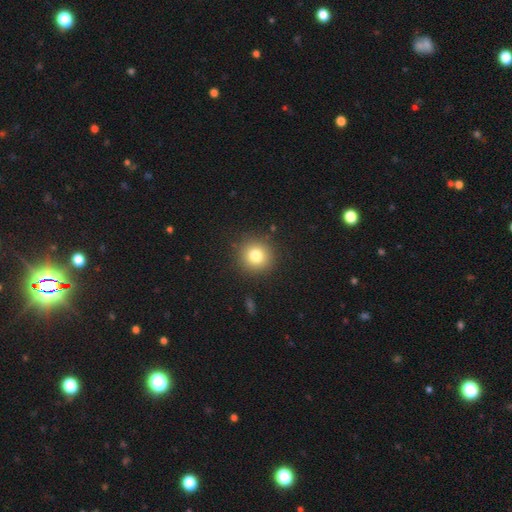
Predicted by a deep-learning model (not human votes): Smooth or featured?
  - smooth: 79% *
  - star or artifact: 12%
  - featured or disk: 9%
How rounded?
  - round: 93% *
  - in between: 6%
  - cigar-shaped: 1%
Merging?
  - none: 89% *
  - minor disturbance: 7%
  - major disturbance: 3%
  - merger: 1%